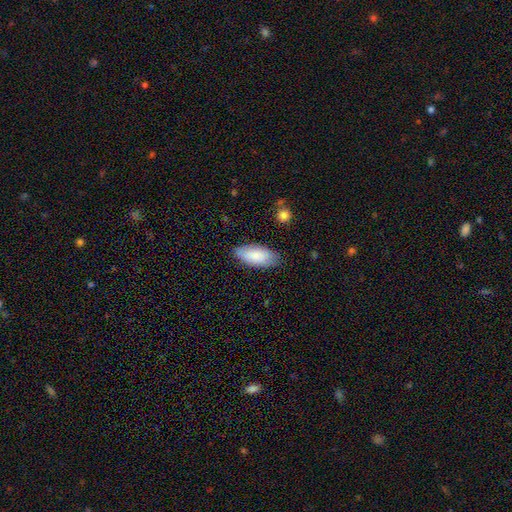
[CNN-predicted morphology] Q: Smooth or featured?
A: smooth (82%); runner-up: featured or disk (12%)
Q: How rounded?
A: in between (90%); runner-up: cigar-shaped (9%)
Q: Merging?
A: none (79%); runner-up: minor disturbance (16%)